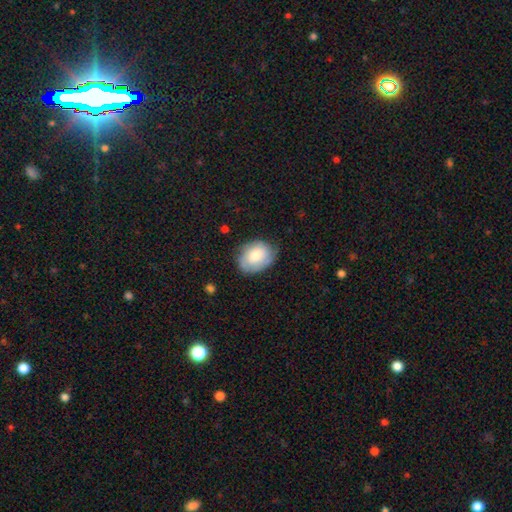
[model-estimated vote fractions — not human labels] smooth 71%, featured or disk 22%, star or artifact 7%. Down the decision tree: how rounded — in between (66%); merging — none (70%).